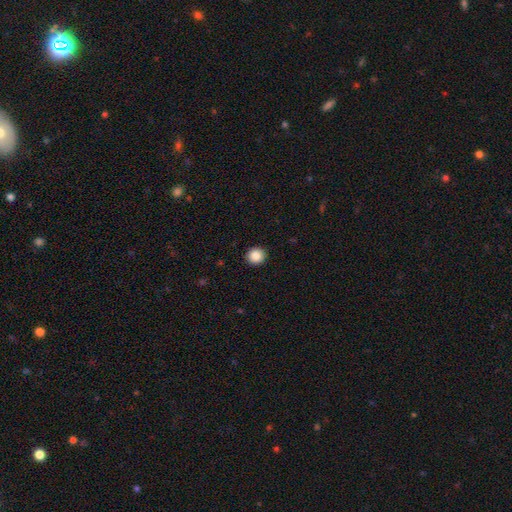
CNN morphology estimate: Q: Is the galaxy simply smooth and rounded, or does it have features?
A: smooth — 87%.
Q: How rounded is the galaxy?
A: round — 90%.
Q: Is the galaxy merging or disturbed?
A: none — 93%.